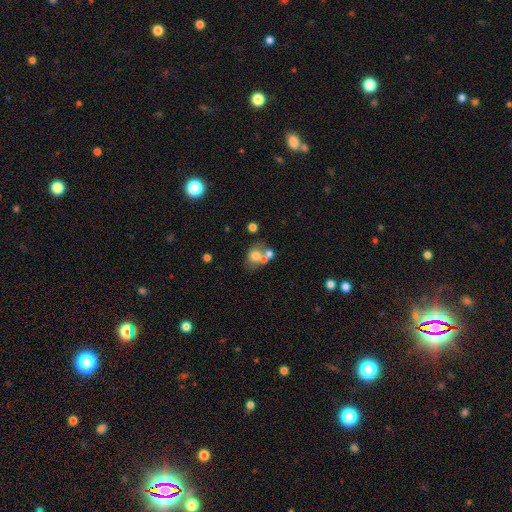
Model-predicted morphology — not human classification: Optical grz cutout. It shows a smooth galaxy with no disk features (66%) that is round (54%). Merging: merger (41%).